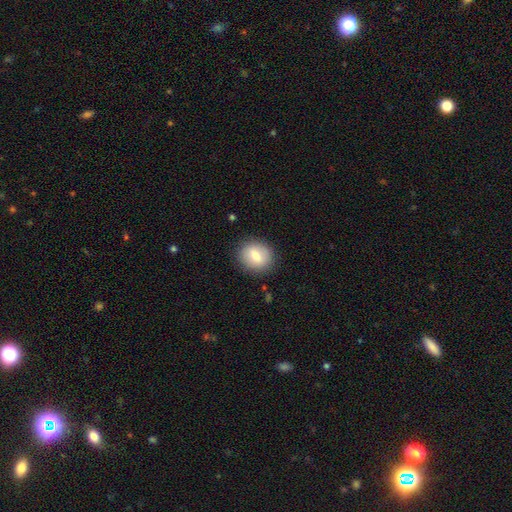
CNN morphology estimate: A smooth galaxy with no disk features (74%) that is round (72%).

Vote fractions:
- Smooth or featured? smooth: 74% / featured or disk: 18% / star or artifact: 8%
- How rounded? round: 72% / in between: 27% / cigar-shaped: 1%
- Merging? none: 86% / minor disturbance: 9% / major disturbance: 3% / merger: 1%